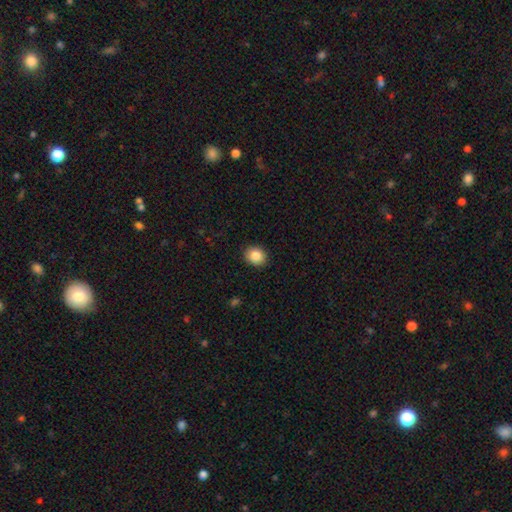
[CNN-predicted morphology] smooth 86%, star or artifact 8%, featured or disk 6%. Down the decision tree: how rounded — round (61%); merging — none (90%).